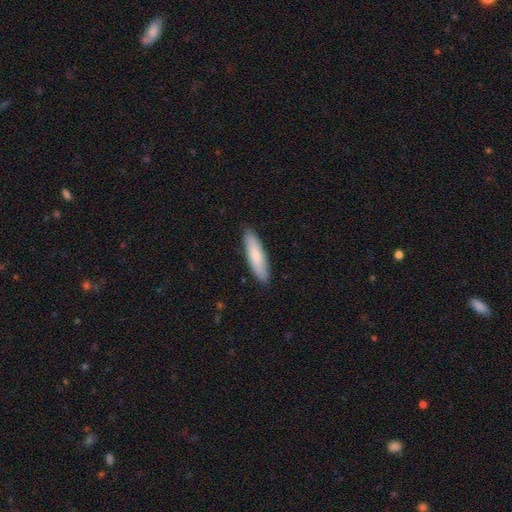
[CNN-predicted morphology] Smooth or featured? Predicted: smooth (p=0.79). How rounded? Predicted: cigar-shaped (p=0.71). Merging? Predicted: none (p=0.89).